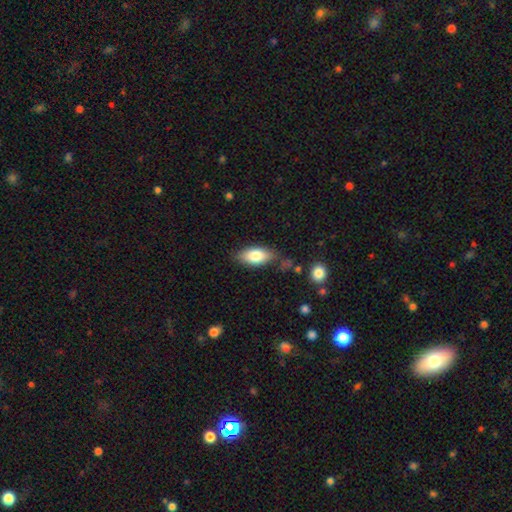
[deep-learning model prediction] Smooth or featured? smooth (79%)
How rounded? in between (89%)
Merging? none (69%)